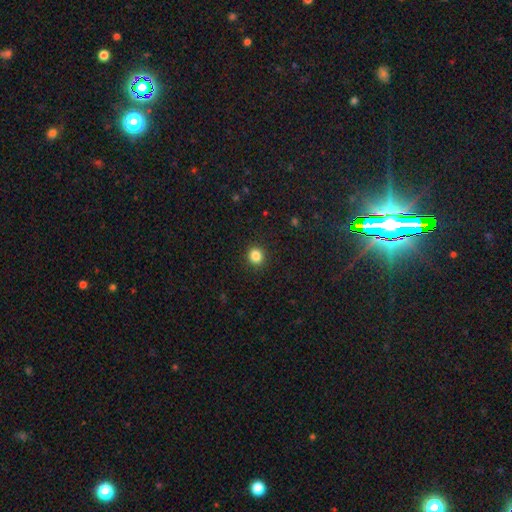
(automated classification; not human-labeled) smooth-or-featured: smooth: 85% | star or artifact: 11% | featured or disk: 4%
  how-rounded: round: 81% | in between: 18% | cigar-shaped: 1%
  merging: none: 91% | minor disturbance: 6% | major disturbance: 2% | merger: 1%